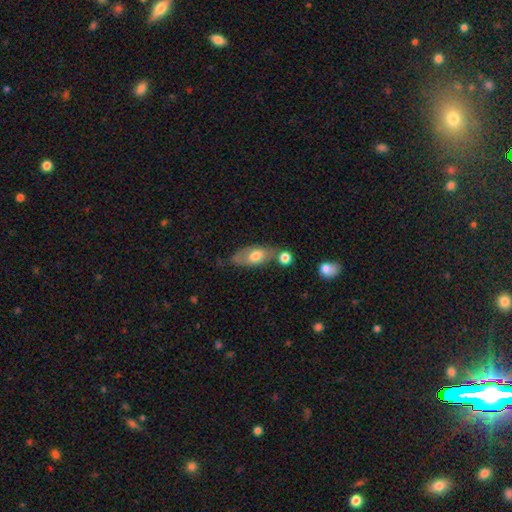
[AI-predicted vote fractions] Smooth or featured? Predicted: smooth (p=0.64). How rounded? Predicted: in between (p=0.83). Merging? Predicted: none (p=0.50).